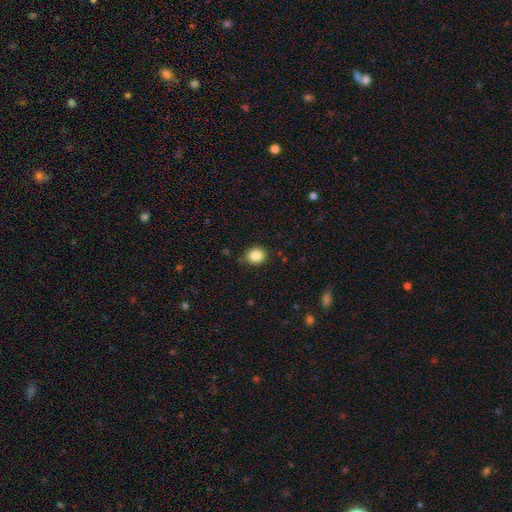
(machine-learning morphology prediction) type=smooth (86%); roundness=round (75%); merging=none (85%).